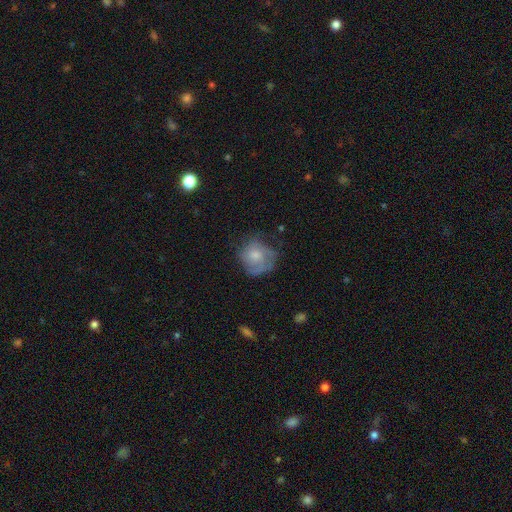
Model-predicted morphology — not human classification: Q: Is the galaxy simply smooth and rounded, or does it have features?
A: smooth — 51%.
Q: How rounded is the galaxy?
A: round — 78%.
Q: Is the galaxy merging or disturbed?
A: none — 49%.